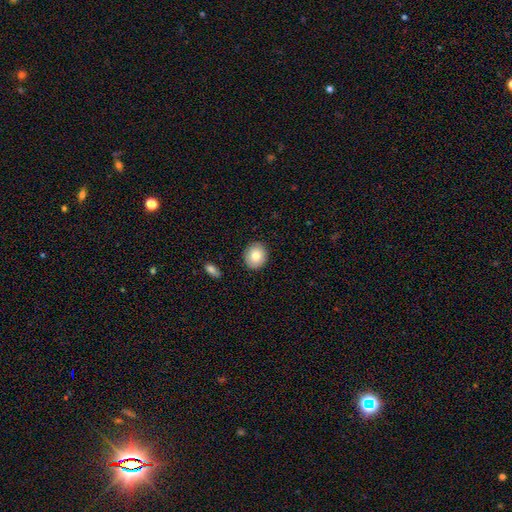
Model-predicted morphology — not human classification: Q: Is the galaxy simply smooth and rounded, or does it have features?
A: smooth — 81%.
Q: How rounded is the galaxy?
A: round — 74%.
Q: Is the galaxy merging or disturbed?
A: none — 89%.